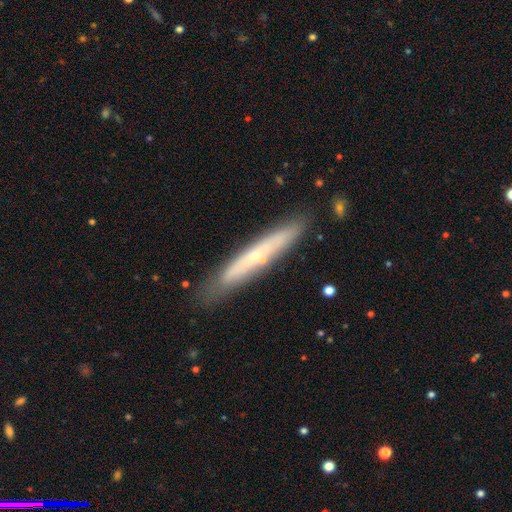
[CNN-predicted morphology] Smooth or featured? featured or disk (53%)
Edge-on disk? yes (82%)
Merging? none (83%)